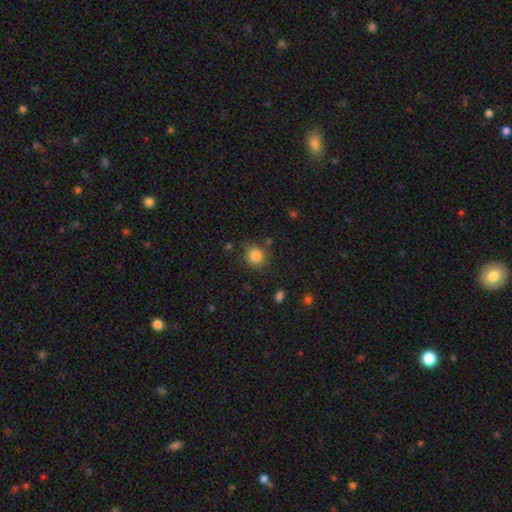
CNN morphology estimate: smooth_or_featured: smooth (p=0.85) [alt: star or artifact p=0.11]
how_rounded: round (p=0.83) [alt: in between p=0.16]
merging: none (p=0.78) [alt: minor disturbance p=0.15]